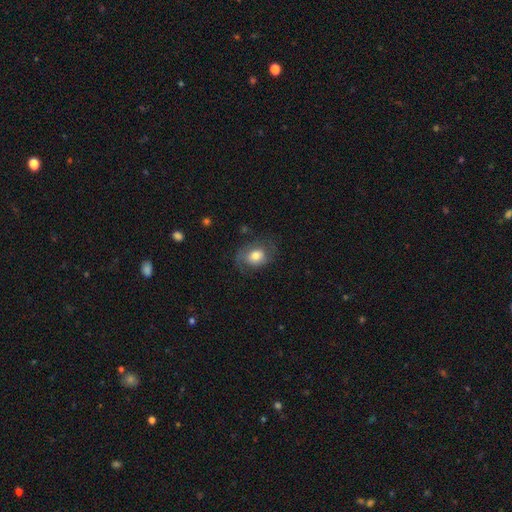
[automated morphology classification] Q: Smooth or featured?
A: smooth (59%); runner-up: featured or disk (32%)
Q: How rounded?
A: in between (53%); runner-up: round (46%)
Q: Merging?
A: none (58%); runner-up: minor disturbance (23%)